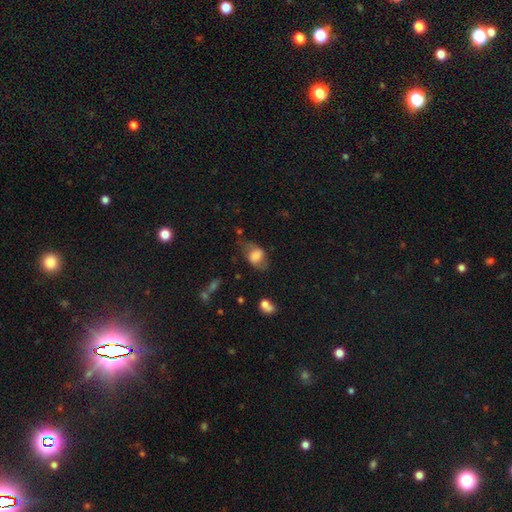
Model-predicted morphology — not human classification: Smooth or featured? smooth (64%)
How rounded? in between (80%)
Merging? none (49%)